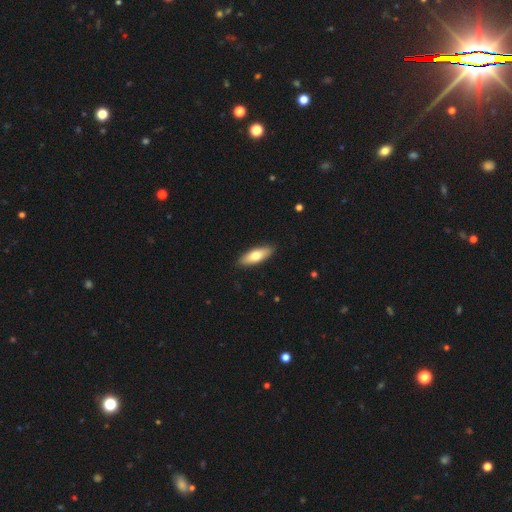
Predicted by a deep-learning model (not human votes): Smooth or featured? Predicted: smooth (p=0.71). How rounded? Predicted: in between (p=0.66). Merging? Predicted: none (p=0.89).